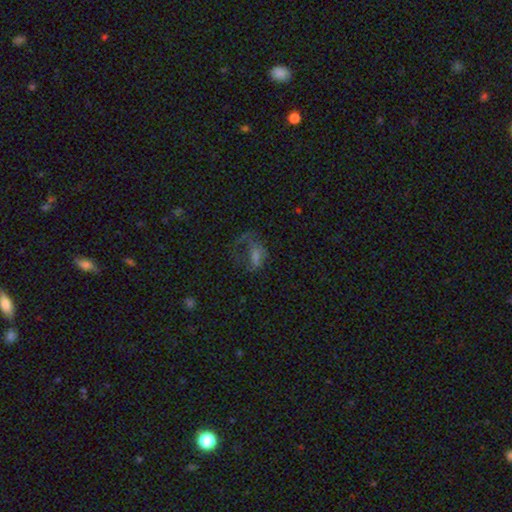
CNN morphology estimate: Smooth or featured? Predicted: smooth (p=0.37, tied with featured or disk). Merging? Predicted: major disturbance (p=0.51).